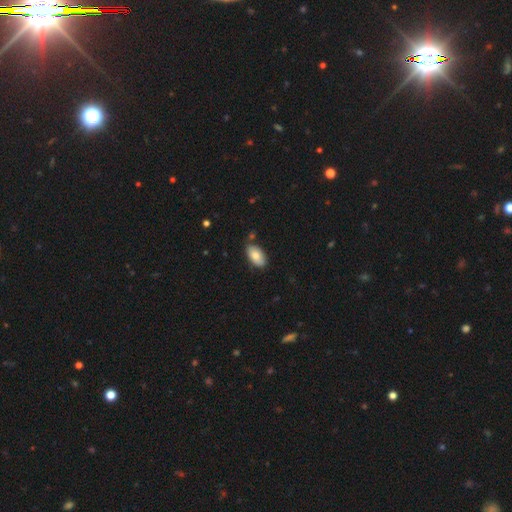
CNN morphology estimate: smooth-or-featured: smooth: 81% | featured or disk: 12% | star or artifact: 7%
  how-rounded: in between: 95% | round: 3% | cigar-shaped: 2%
  merging: none: 79% | minor disturbance: 15% | merger: 3% | major disturbance: 3%